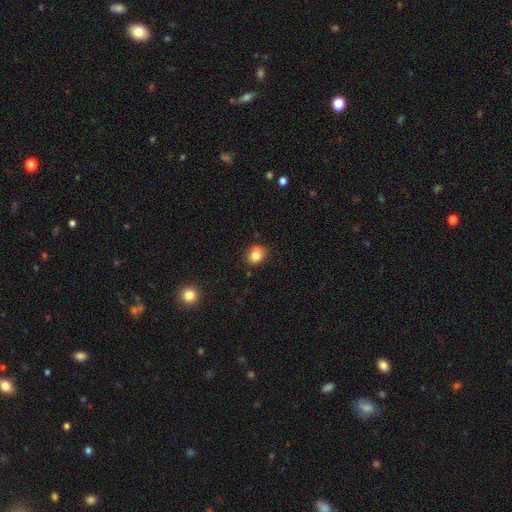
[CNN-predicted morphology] smooth_or_featured: smooth (p=0.81) [alt: star or artifact p=0.11]
how_rounded: round (p=0.52) [alt: in between p=0.47]
merging: none (p=0.75) [alt: minor disturbance p=0.17]